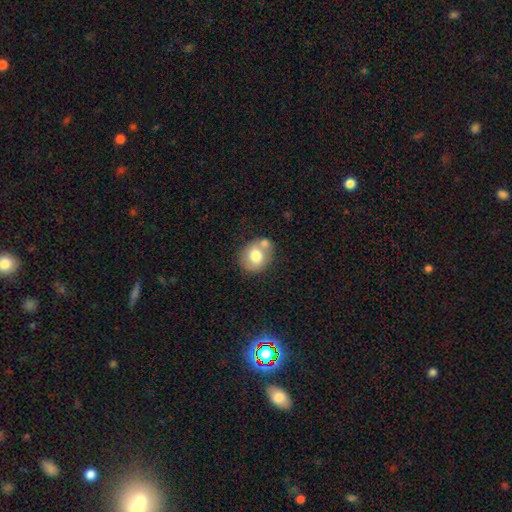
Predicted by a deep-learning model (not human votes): Smooth or featured? smooth (71%)
How rounded? round (71%)
Merging? none (54%)